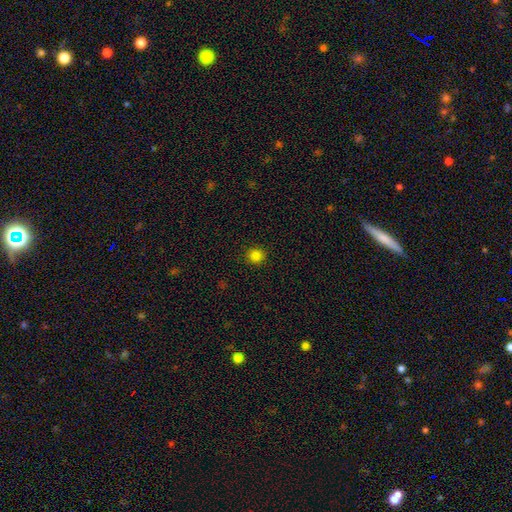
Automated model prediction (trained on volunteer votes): A smooth galaxy with no disk features (83%) that is round (91%). Merging: none (92%).